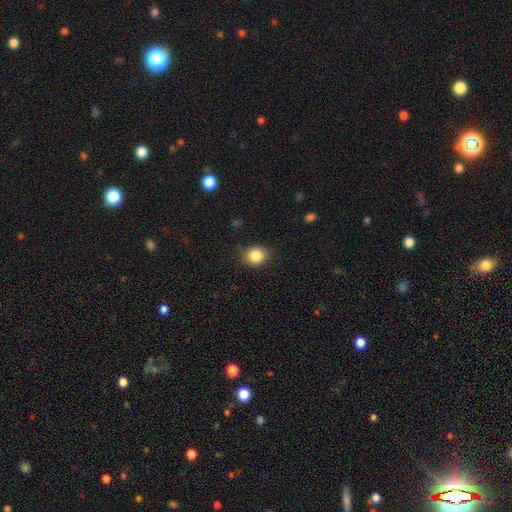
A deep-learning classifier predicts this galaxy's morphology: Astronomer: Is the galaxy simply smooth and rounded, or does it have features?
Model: smooth — 85%.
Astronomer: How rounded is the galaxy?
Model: round — 70%.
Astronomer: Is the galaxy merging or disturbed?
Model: none — 82%.